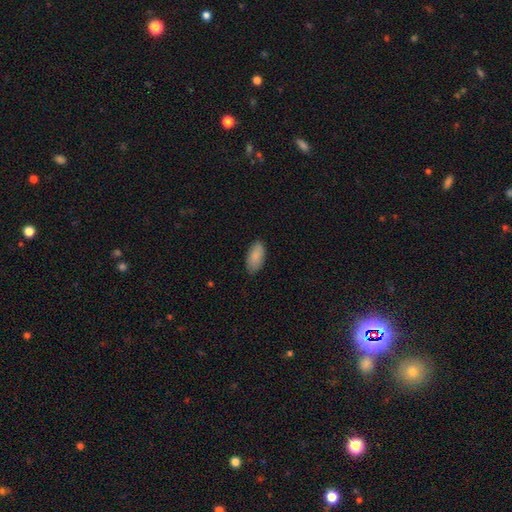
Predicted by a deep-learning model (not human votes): This is clearly a smooth galaxy (89%). How rounded: clearly in between (93%). Merging: clearly none (85%).